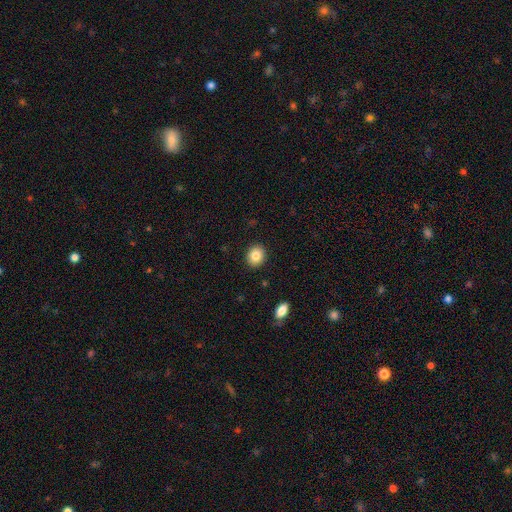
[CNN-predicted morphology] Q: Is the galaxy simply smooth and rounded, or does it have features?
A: smooth — 84%.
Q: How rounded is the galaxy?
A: round — 69%.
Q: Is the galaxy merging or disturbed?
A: none — 91%.